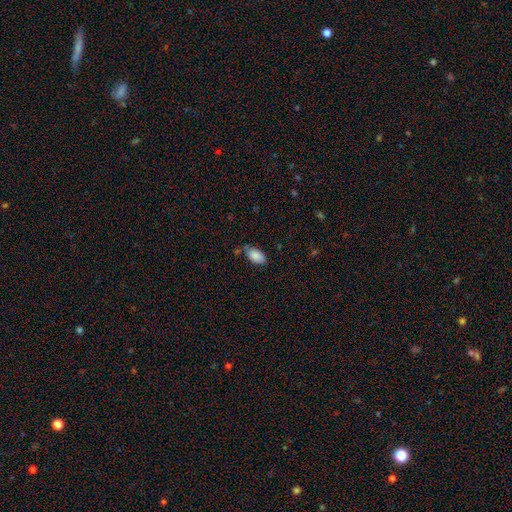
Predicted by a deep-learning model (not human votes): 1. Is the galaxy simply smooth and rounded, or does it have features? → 86% smooth, 7% star or artifact, 6% featured or disk.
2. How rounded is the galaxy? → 94% in between, 4% round, 2% cigar-shaped.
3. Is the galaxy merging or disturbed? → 62% none, 26% minor disturbance, 6% merger, 6% major disturbance.